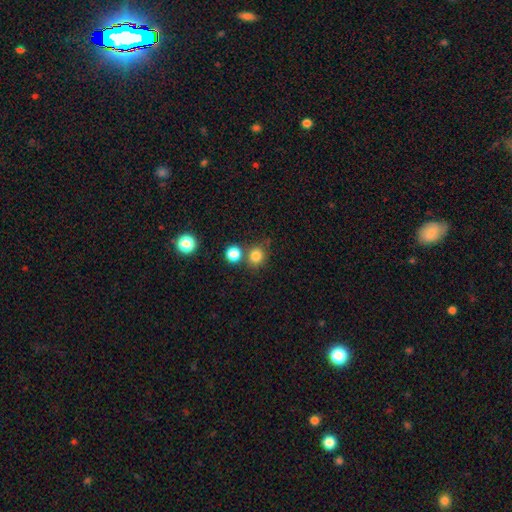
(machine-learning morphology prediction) A smooth galaxy with no disk features (81%) that is round (86%).

Vote fractions:
- Smooth or featured? smooth: 81% / star or artifact: 14% / featured or disk: 5%
- How rounded? round: 86% / in between: 13% / cigar-shaped: 1%
- Merging? none: 70% / merger: 17% / minor disturbance: 10% / major disturbance: 3%